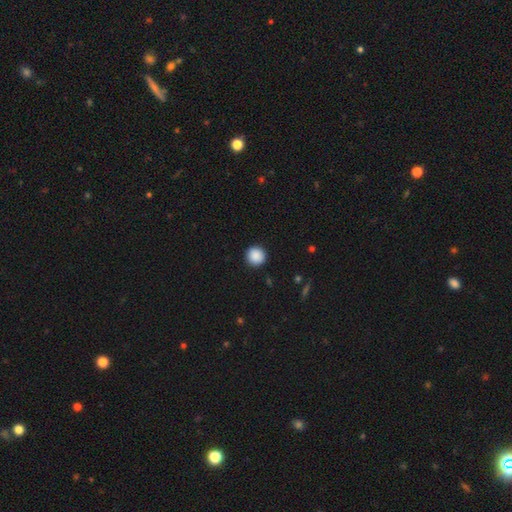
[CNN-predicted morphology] smooth 89%, star or artifact 8%, featured or disk 3%. Down the decision tree: how rounded — round (95%); merging — none (93%).